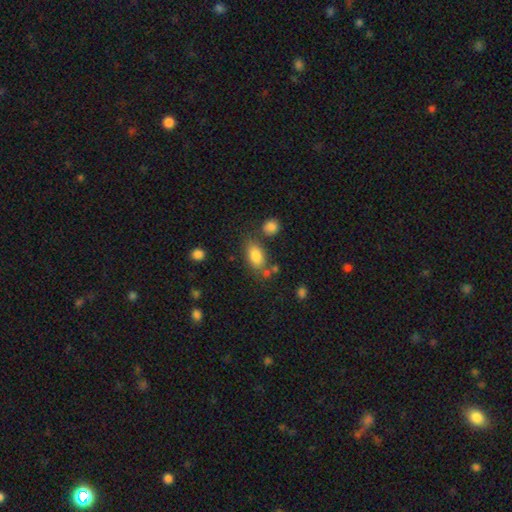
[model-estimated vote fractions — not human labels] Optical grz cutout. It shows a smooth galaxy with no disk features (83%) that is in between round and cigar-shaped (88%). Merging: none (66%).